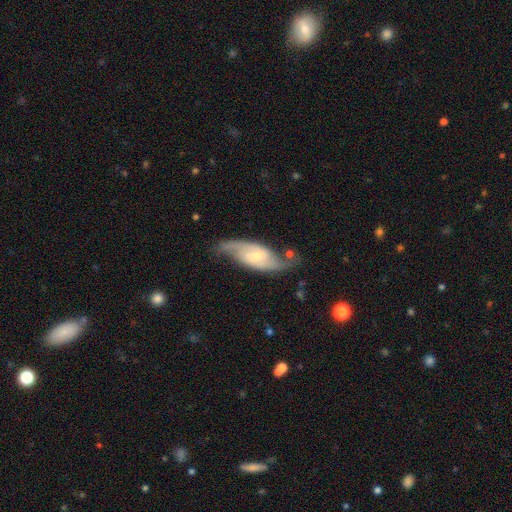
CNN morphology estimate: smooth_or_featured: featured or disk (p=0.85) [alt: smooth p=0.10]
disk_edge_on: no (p=0.93) [alt: yes p=0.07]
bar: weak (p=0.51) [alt: strong p=0.29]
has_spiral_arms: yes (p=0.96) [alt: no p=0.04]
spiral_winding: medium (p=0.44) [alt: loose p=0.41]
spiral_arm_count: 2 (p=0.91) [alt: can't tell p=0.04]
bulge_size: small (p=0.52) [alt: moderate p=0.31]
merging: none (p=0.75) [alt: minor disturbance p=0.16]